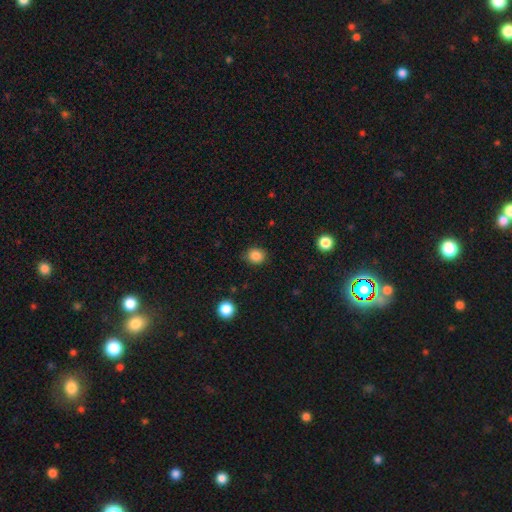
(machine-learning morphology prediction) A smooth galaxy with no disk features (85%) that is round (74%).

Vote fractions:
- Smooth or featured? smooth: 85% / star or artifact: 11% / featured or disk: 4%
- How rounded? round: 74% / in between: 25% / cigar-shaped: 1%
- Merging? none: 85% / minor disturbance: 11% / major disturbance: 3% / merger: 1%